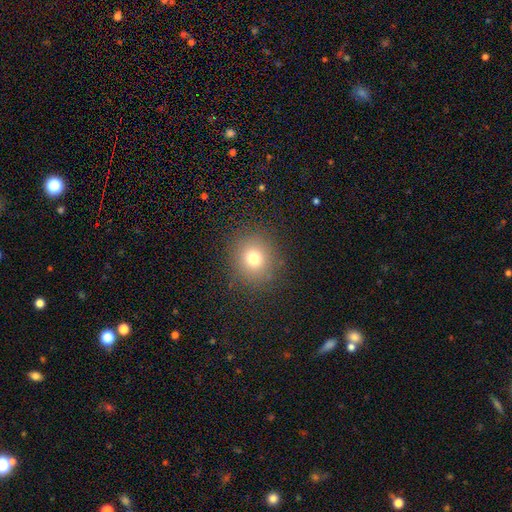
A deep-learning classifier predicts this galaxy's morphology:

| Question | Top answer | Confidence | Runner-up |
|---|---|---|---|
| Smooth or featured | smooth | 75% | star or artifact (16%) |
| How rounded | round | 87% | in between (12%) |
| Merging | none | 89% | minor disturbance (7%) |